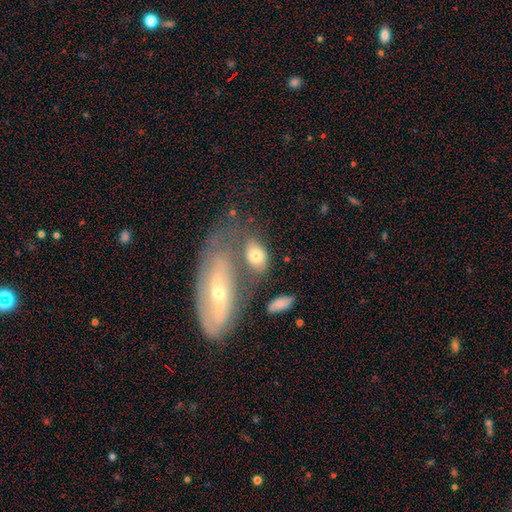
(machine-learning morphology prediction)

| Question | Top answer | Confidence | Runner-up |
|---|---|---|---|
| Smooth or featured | smooth | 65% | featured or disk (26%) |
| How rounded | in between | 82% | round (15%) |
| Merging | none | 50% | merger (24%) |